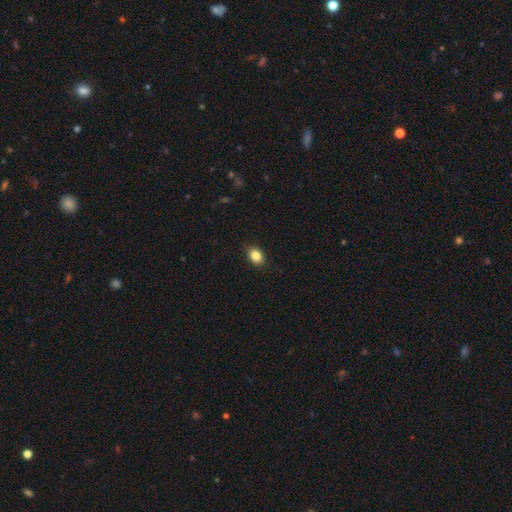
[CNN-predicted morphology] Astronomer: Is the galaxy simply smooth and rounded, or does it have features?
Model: smooth — 86%.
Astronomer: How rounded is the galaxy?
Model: in between — 74%.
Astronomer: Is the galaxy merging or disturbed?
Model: none — 88%.